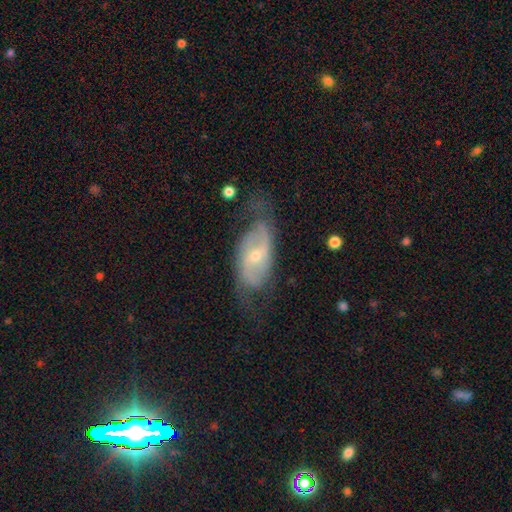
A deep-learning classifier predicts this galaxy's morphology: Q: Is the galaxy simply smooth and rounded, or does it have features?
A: featured or disk — 78%.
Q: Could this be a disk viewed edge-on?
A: no — 93%.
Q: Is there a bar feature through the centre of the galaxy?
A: no — 44%.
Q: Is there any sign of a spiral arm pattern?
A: yes — 88%.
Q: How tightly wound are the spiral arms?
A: medium — 42%.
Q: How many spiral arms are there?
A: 2 — 80%.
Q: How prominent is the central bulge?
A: small — 64%.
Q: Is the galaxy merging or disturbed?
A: none — 61%.